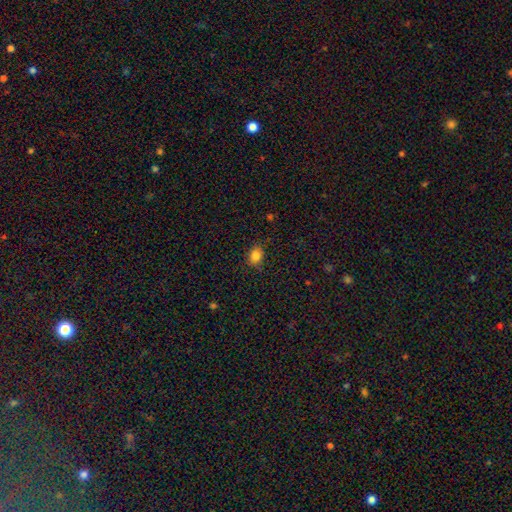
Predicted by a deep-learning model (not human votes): A smooth galaxy with no disk features (84%) that is in between round and cigar-shaped (60%).

Vote fractions:
- Smooth or featured? smooth: 84% / star or artifact: 11% / featured or disk: 6%
- How rounded? in between: 60% / round: 39% / cigar-shaped: 1%
- Merging? none: 84% / minor disturbance: 12% / major disturbance: 3% / merger: 1%